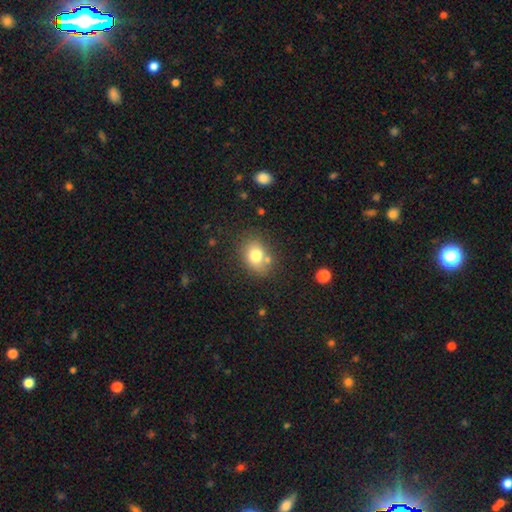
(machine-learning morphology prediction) Smooth or featured? smooth (76%)
How rounded? in between (53%)
Merging? none (69%)